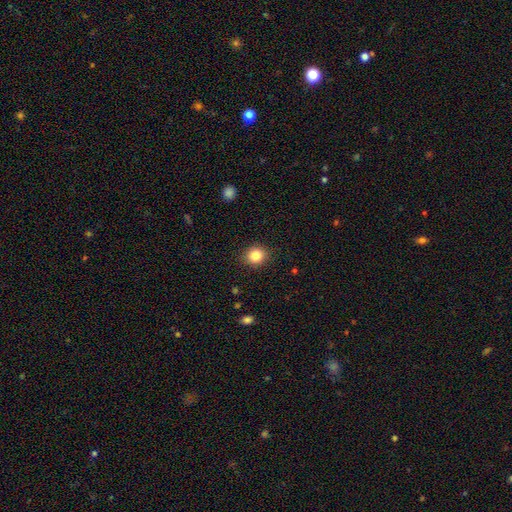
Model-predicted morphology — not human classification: The model was most divided on "how rounded": round: 79%, in between: 20%, cigar-shaped: 1%. More confident: merging — none (89%); smooth or featured — smooth (83%).